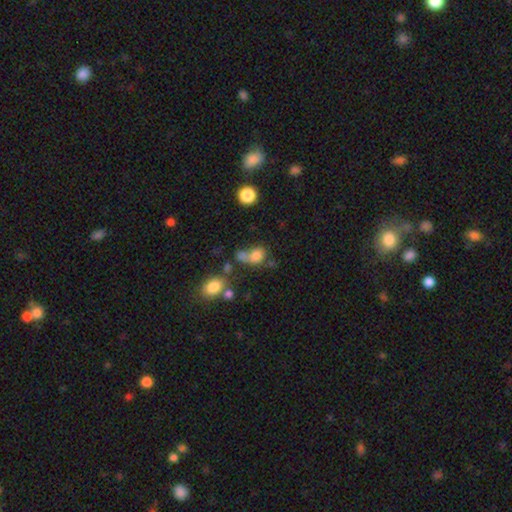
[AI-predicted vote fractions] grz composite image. It shows a smooth galaxy with no disk features (76%) that is round (53%). Merging: merger (42%).